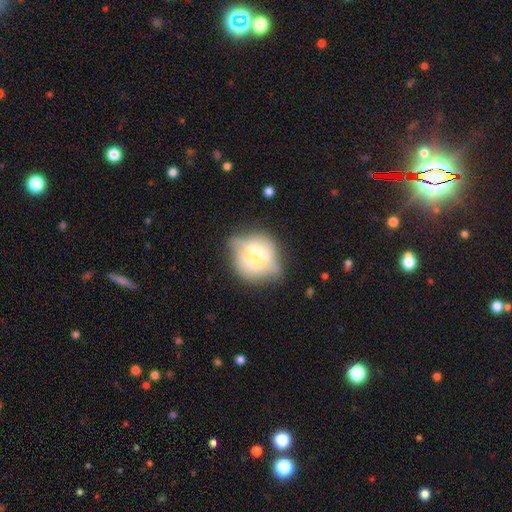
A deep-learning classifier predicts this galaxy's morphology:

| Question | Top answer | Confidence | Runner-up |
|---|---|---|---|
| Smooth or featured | smooth | 52% | featured or disk (38%) |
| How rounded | round | 79% | in between (20%) |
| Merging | none | 50% | minor disturbance (32%) |